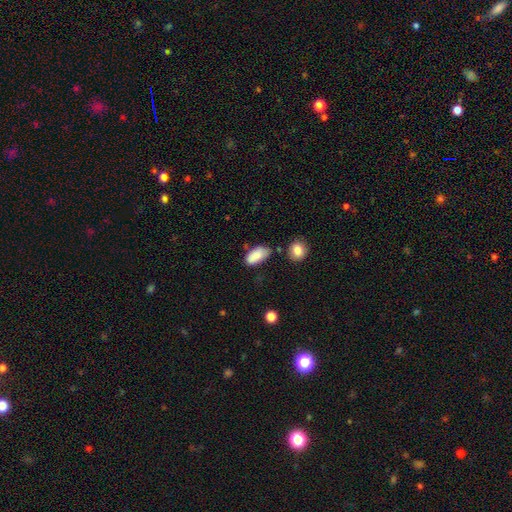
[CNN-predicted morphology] A smooth galaxy with no disk features (86%) that is in between round and cigar-shaped (92%).

Vote fractions:
- Smooth or featured? smooth: 86% / star or artifact: 7% / featured or disk: 6%
- How rounded? in between: 92% / cigar-shaped: 5% / round: 3%
- Merging? none: 60% / minor disturbance: 28% / merger: 6% / major disturbance: 6%